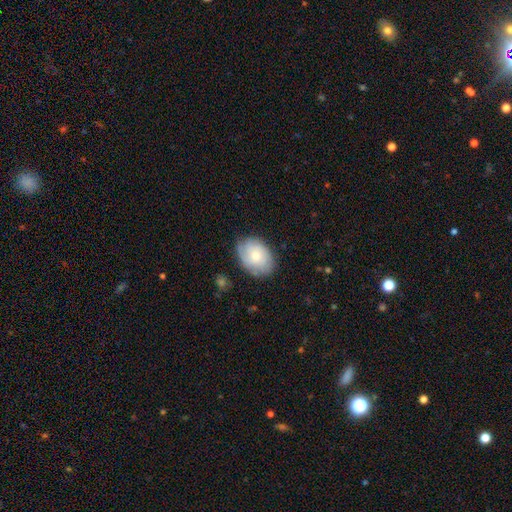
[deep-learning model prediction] Morphology: type=smooth (65%); roundness=in between (79%); merging=none (75%).